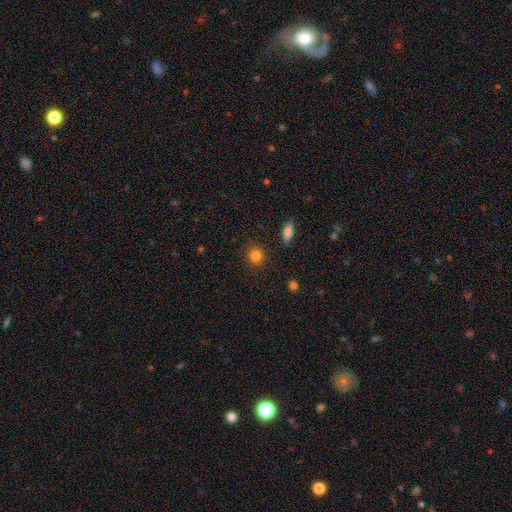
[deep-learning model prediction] Smooth or featured?
  - smooth: 84% *
  - star or artifact: 11%
  - featured or disk: 5%
How rounded?
  - round: 86% *
  - in between: 12%
  - cigar-shaped: 1%
Merging?
  - none: 90% *
  - minor disturbance: 7%
  - major disturbance: 2%
  - merger: 2%